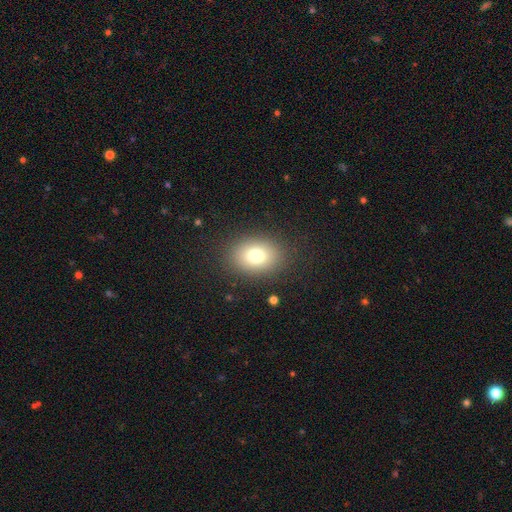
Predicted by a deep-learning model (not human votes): Smooth or featured? Predicted: smooth (p=0.76). How rounded? Predicted: in between (p=0.62). Merging? Predicted: none (p=0.86).